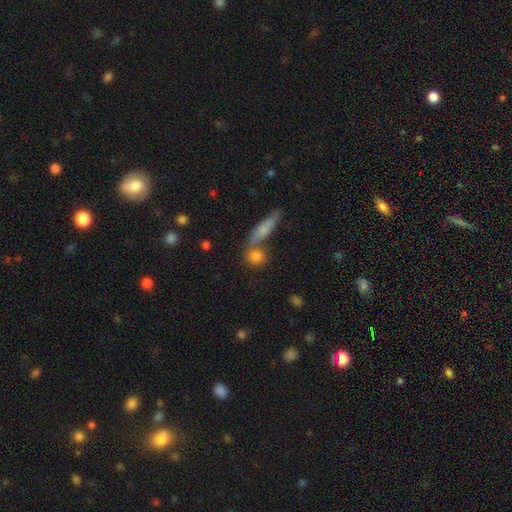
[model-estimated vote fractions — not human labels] Smooth or featured?
  - smooth: 78% *
  - featured or disk: 12%
  - star or artifact: 10%
How rounded?
  - round: 53% *
  - in between: 29%
  - cigar-shaped: 17%
Merging?
  - none: 56% *
  - merger: 30%
  - minor disturbance: 10%
  - major disturbance: 4%